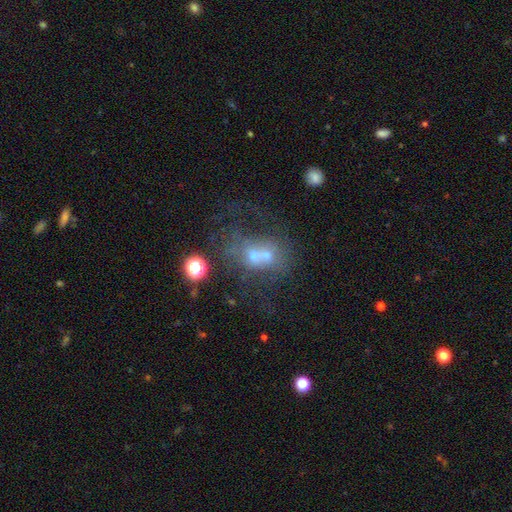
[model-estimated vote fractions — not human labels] Q: Smooth or featured?
A: featured or disk (40%); runner-up: smooth (37%)
Q: Merging?
A: merger (55%); runner-up: none (21%)